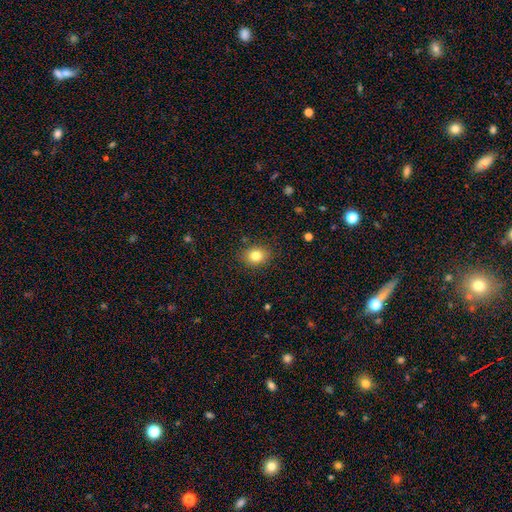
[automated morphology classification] A smooth galaxy with no disk features (81%) that is round (53%). Merging: none (86%).